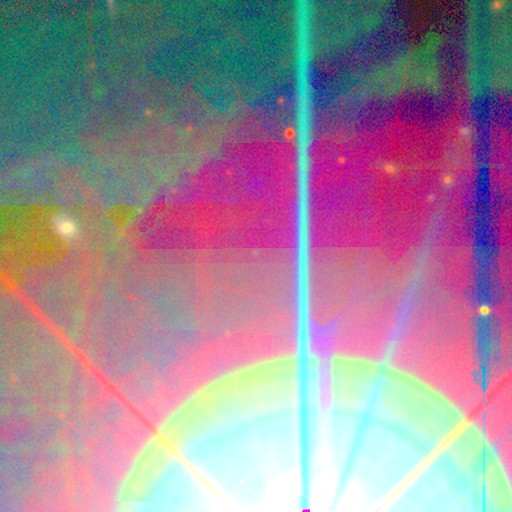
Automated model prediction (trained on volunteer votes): Morphology: type=star or artifact (79%).